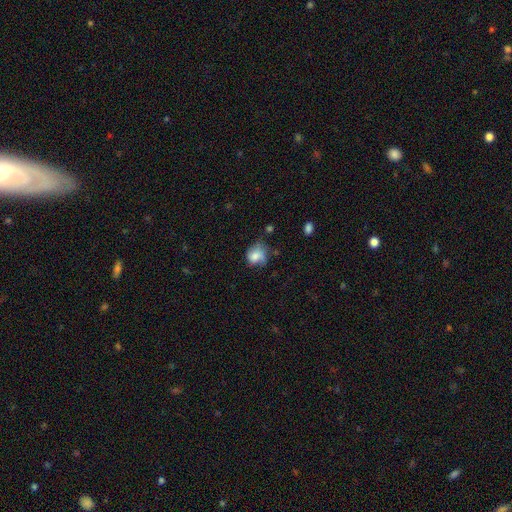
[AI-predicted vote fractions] smooth_or_featured: smooth (p=0.70) [alt: featured or disk p=0.21]
how_rounded: round (p=0.59) [alt: in between p=0.40]
merging: none (p=0.39) [alt: minor disturbance p=0.36]